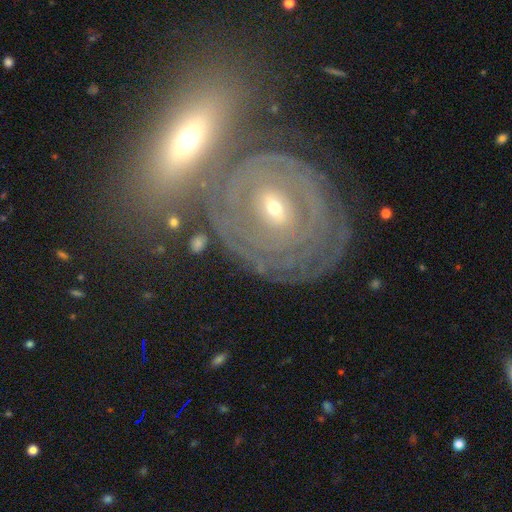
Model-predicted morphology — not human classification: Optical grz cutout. It shows a featured or disk galaxy (78%) with no bar (53%), tight (83%) spiral arms (78%) and a small central bulge (58%). Merging: none (62%).